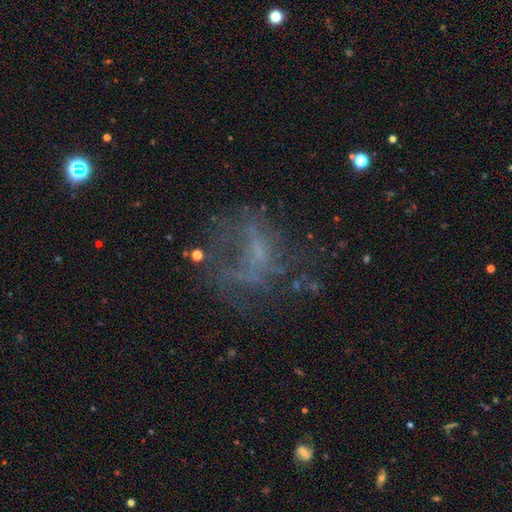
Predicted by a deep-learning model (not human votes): Morphology: type=featured or disk (50%); merging=none (42%).